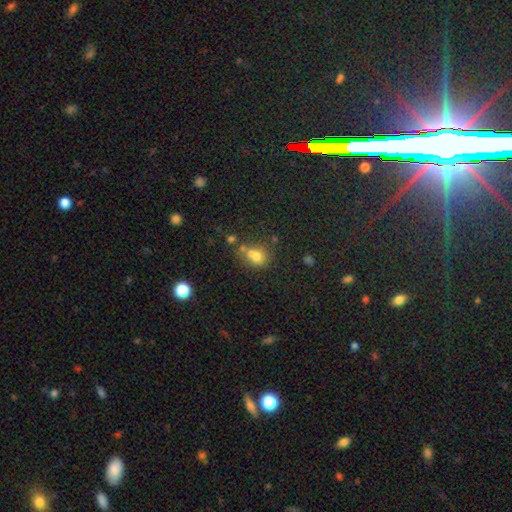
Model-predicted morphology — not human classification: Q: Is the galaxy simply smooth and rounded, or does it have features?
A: smooth — 67%.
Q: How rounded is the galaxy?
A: round — 66%.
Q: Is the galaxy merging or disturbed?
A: merger — 42%.